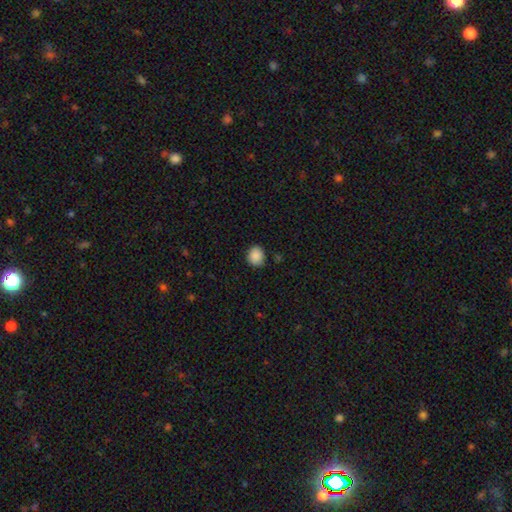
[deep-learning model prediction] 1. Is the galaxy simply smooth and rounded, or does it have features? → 88% smooth, 9% star or artifact, 3% featured or disk.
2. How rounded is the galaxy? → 73% round, 26% in between, 1% cigar-shaped.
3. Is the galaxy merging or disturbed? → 83% none, 12% minor disturbance, 3% major disturbance, 2% merger.